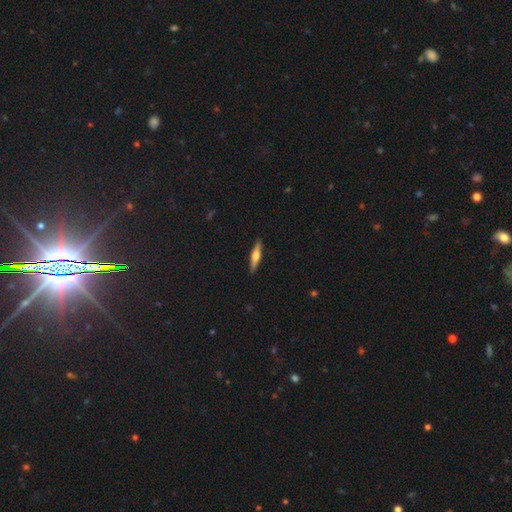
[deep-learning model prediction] The model was most divided on "smooth or featured": featured or disk: 50%, smooth: 44%, star or artifact: 6%. More confident: edge-on disk — yes (96%); merging — none (91%).